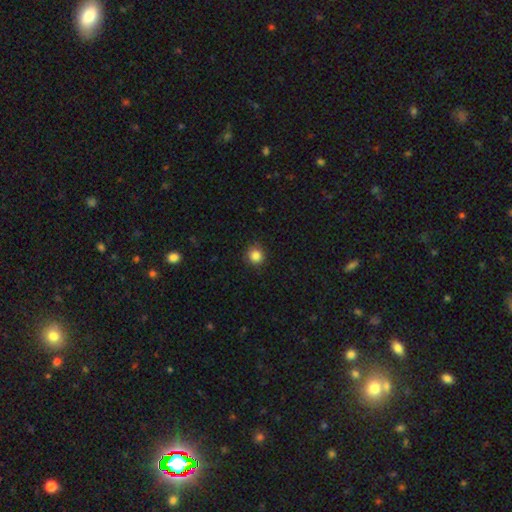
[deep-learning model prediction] A smooth galaxy with no disk features (85%) that is round (92%).

Vote fractions:
- Smooth or featured? smooth: 85% / star or artifact: 11% / featured or disk: 4%
- How rounded? round: 92% / in between: 7% / cigar-shaped: 1%
- Merging? none: 87% / minor disturbance: 10% / major disturbance: 2% / merger: 1%